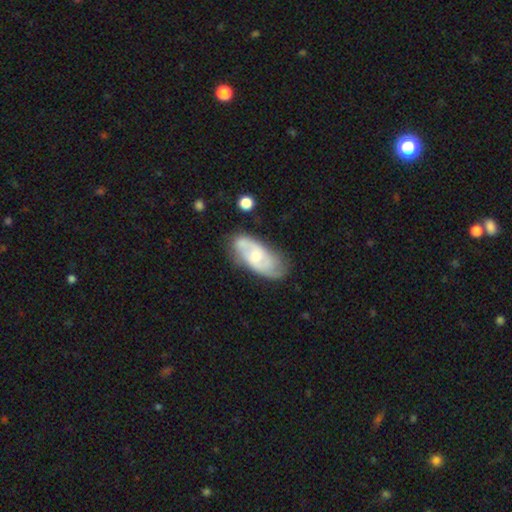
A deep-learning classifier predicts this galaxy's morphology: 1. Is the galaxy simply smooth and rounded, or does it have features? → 70% featured or disk, 24% smooth, 6% star or artifact.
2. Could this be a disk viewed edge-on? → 93% no, 7% yes.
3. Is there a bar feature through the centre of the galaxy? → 61% no, 33% weak, 6% strong.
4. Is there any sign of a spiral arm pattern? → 89% yes, 11% no.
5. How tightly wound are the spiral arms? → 45% medium, 37% tight, 18% loose.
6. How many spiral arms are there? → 64% 2, 21% can't tell, 8% 3, 3% 1, 2% 4, 2% more than 4.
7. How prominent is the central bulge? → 51% small, 44% moderate, 2% large, 2% none, 1% dominant.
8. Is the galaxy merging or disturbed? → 69% none, 22% minor disturbance, 6% major disturbance, 3% merger.